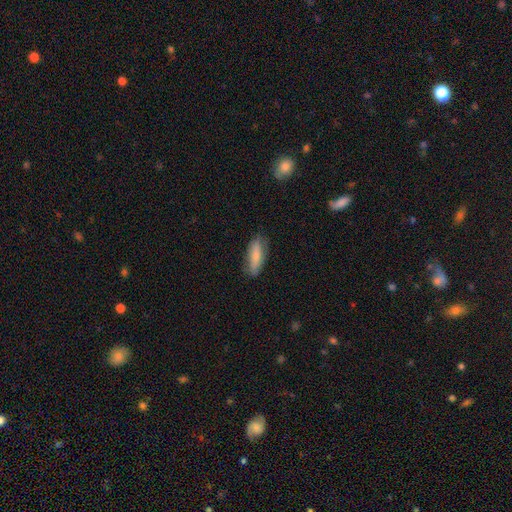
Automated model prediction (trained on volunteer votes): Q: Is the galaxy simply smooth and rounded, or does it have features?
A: smooth — 72%.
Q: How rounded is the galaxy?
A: in between — 53%.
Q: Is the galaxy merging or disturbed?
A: none — 78%.